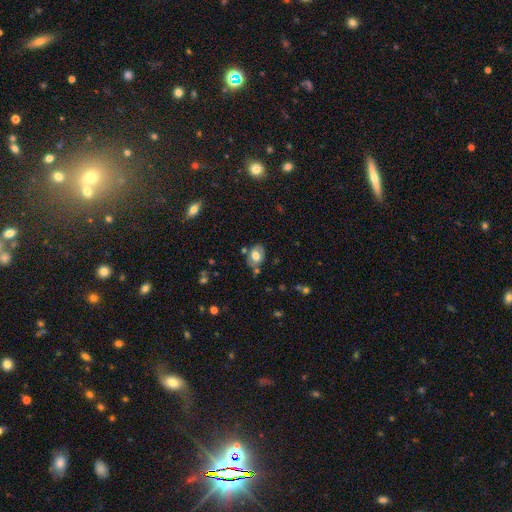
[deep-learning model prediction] smooth-or-featured: smooth: 64% | featured or disk: 27% | star or artifact: 9%
  how-rounded: in between: 73% | round: 26% | cigar-shaped: 1%
  merging: none: 64% | minor disturbance: 21% | merger: 9% | major disturbance: 6%